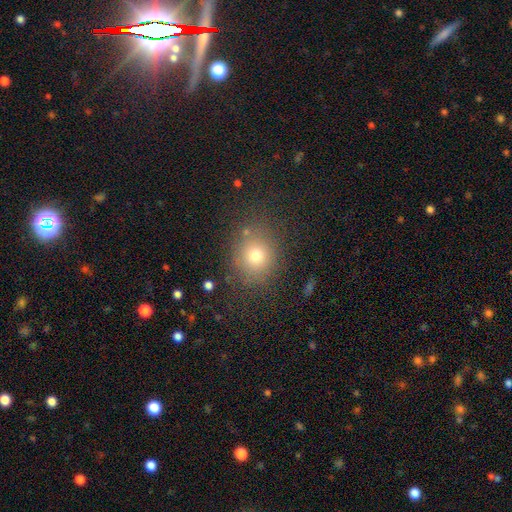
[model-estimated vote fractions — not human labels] smooth-or-featured: smooth: 73% | star or artifact: 16% | featured or disk: 11%
  how-rounded: round: 80% | in between: 19% | cigar-shaped: 1%
  merging: none: 80% | minor disturbance: 12% | major disturbance: 6% | merger: 3%